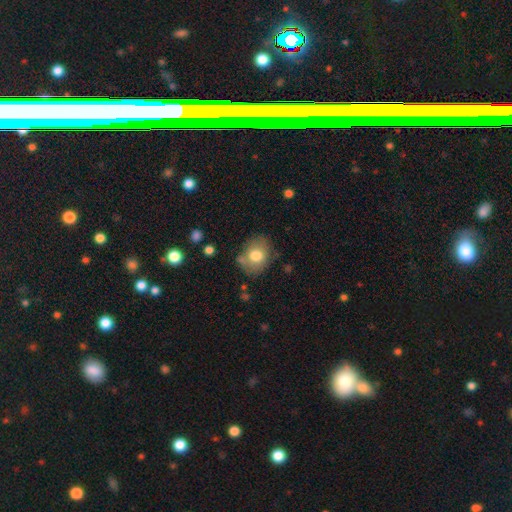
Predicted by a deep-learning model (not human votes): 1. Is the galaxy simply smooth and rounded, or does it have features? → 74% smooth, 17% featured or disk, 9% star or artifact.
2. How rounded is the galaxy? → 52% round, 47% in between, 1% cigar-shaped.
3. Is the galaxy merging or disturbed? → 68% none, 21% minor disturbance, 7% major disturbance, 5% merger.